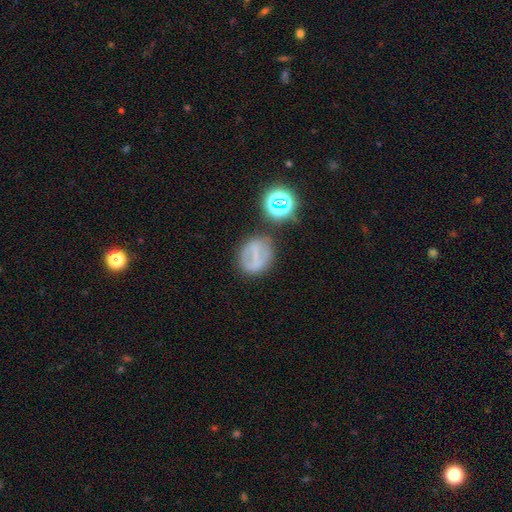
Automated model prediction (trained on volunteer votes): Smooth or featured? Predicted: smooth (p=0.42). Merging? Predicted: none (p=0.70).